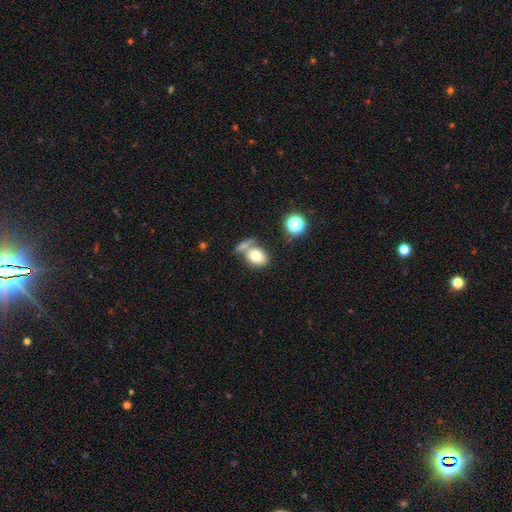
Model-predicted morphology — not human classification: Q: Smooth or featured?
A: smooth (75%); runner-up: featured or disk (15%)
Q: How rounded?
A: in between (63%); runner-up: round (36%)
Q: Merging?
A: none (49%); runner-up: merger (33%)